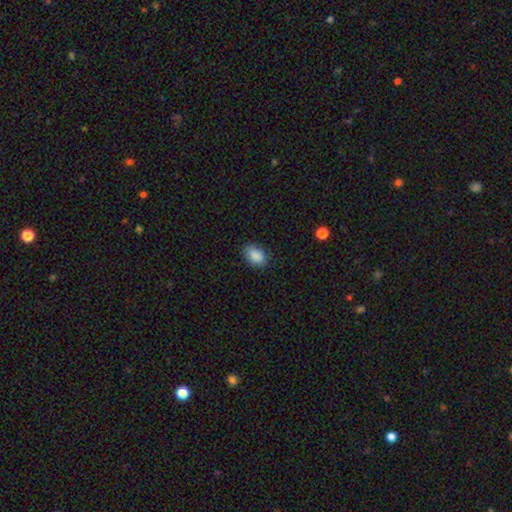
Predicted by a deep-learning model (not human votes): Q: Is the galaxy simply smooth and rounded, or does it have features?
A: smooth — 89%.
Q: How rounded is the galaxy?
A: in between — 86%.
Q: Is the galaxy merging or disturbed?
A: none — 84%.